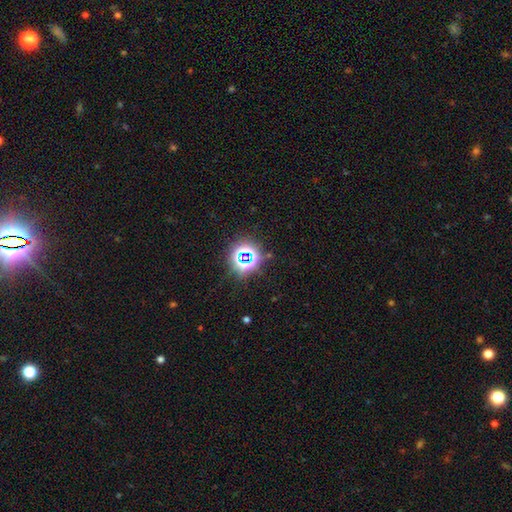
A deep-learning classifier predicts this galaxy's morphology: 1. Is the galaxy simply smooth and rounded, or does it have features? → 75% star or artifact, 17% smooth, 8% featured or disk.